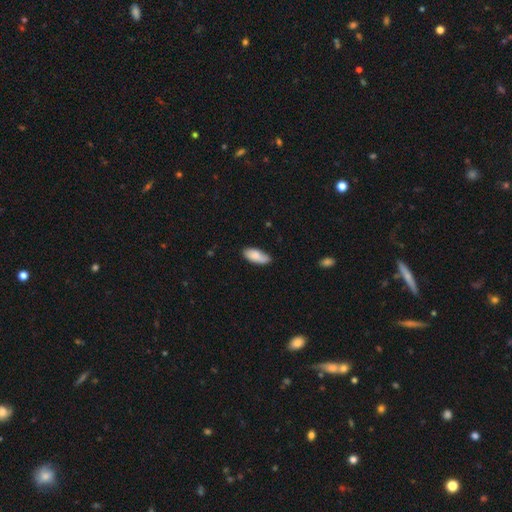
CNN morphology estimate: Smooth or featured? smooth (82%)
How rounded? in between (85%)
Merging? none (70%)